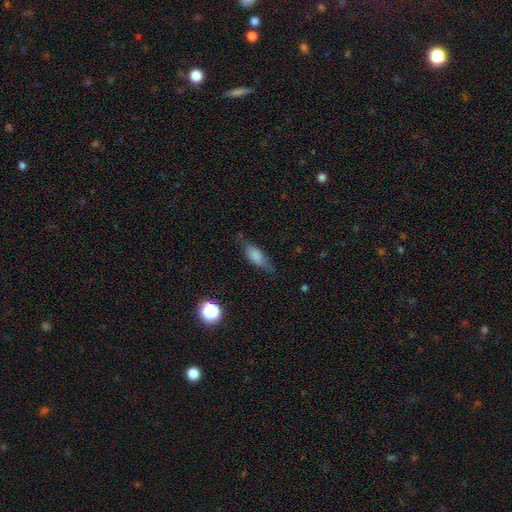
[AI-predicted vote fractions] Overall: smooth (73%). How rounded: in between (70%). Merging: none (61%; minor disturbance 28%).